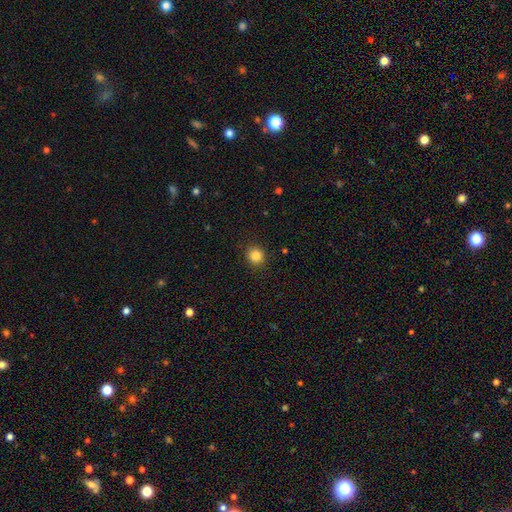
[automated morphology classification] smooth_or_featured: smooth (p=0.85) [alt: star or artifact p=0.11]
how_rounded: round (p=0.89) [alt: in between p=0.10]
merging: none (p=0.91) [alt: minor disturbance p=0.06]